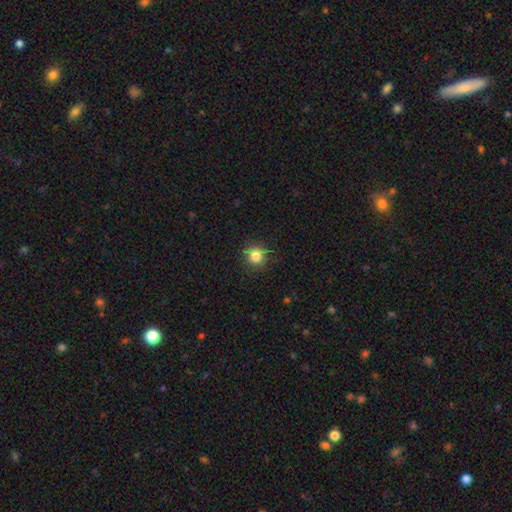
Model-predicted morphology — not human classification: Smooth or featured?
  - smooth: 83% *
  - star or artifact: 12%
  - featured or disk: 5%
How rounded?
  - round: 91% *
  - in between: 8%
  - cigar-shaped: 1%
Merging?
  - none: 87% *
  - minor disturbance: 10%
  - major disturbance: 2%
  - merger: 1%